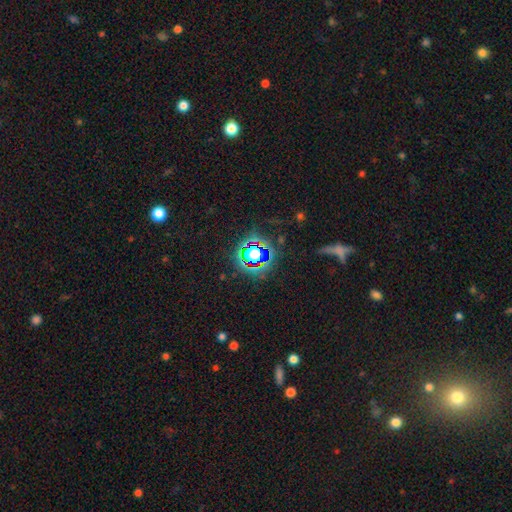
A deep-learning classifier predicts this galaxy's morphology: Overall: star or artifact (64%).